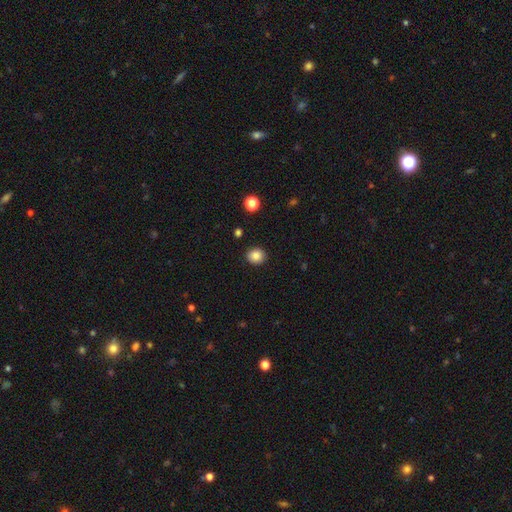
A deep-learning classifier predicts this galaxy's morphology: This is clearly a smooth galaxy (86%). How rounded: likely round (76%). Merging: clearly none (90%).